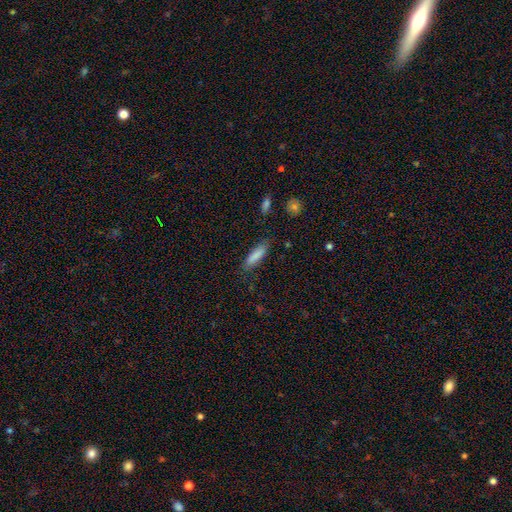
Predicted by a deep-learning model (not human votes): Morphology: type=smooth (83%); roundness=cigar-shaped (67%); merging=none (81%).